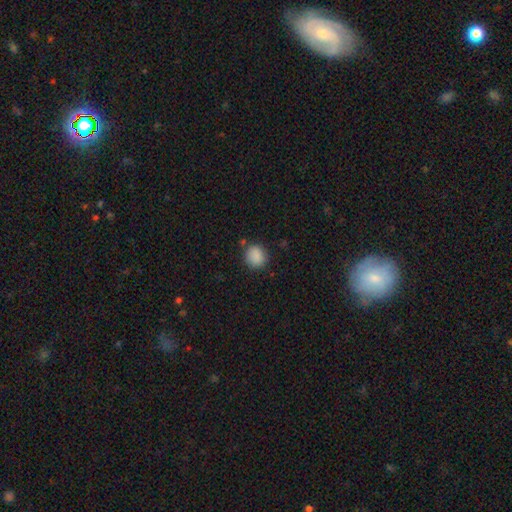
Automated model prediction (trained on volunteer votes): Overall: smooth (88%). How rounded: round (77%). Merging: none (81%).